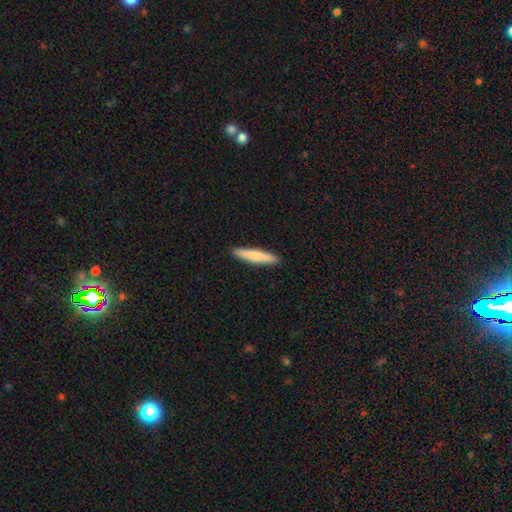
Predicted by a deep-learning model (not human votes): smooth_or_featured: smooth (p=0.76) [alt: featured or disk p=0.19]
how_rounded: cigar-shaped (p=0.91) [alt: in between p=0.08]
merging: none (p=0.92) [alt: minor disturbance p=0.06]